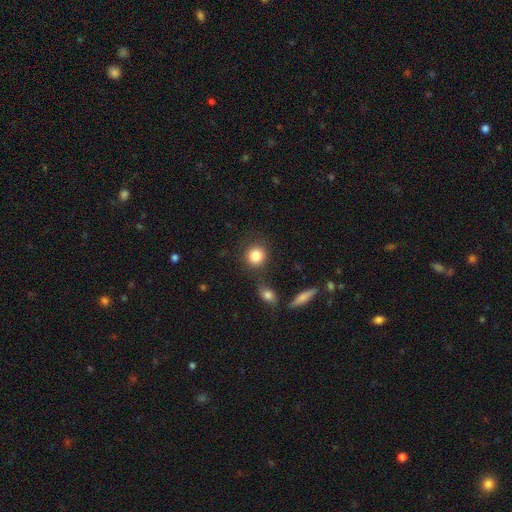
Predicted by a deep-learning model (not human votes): smooth_or_featured: smooth (p=0.84) [alt: star or artifact p=0.09]
how_rounded: round (p=0.85) [alt: in between p=0.14]
merging: none (p=0.76) [alt: minor disturbance p=0.10]